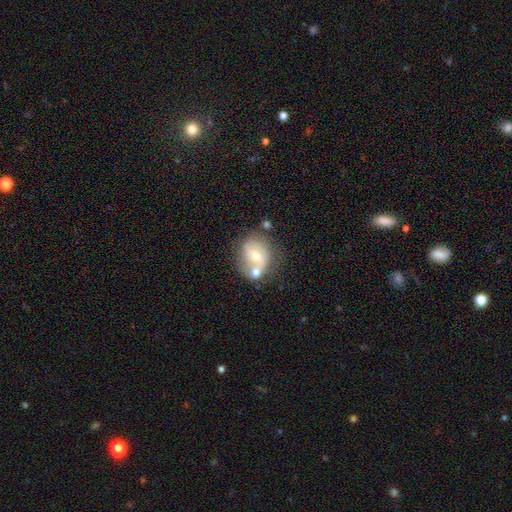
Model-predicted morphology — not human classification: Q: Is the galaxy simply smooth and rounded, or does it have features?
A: featured or disk — 52%.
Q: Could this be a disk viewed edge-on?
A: no — 97%.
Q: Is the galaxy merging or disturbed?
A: none — 48%.